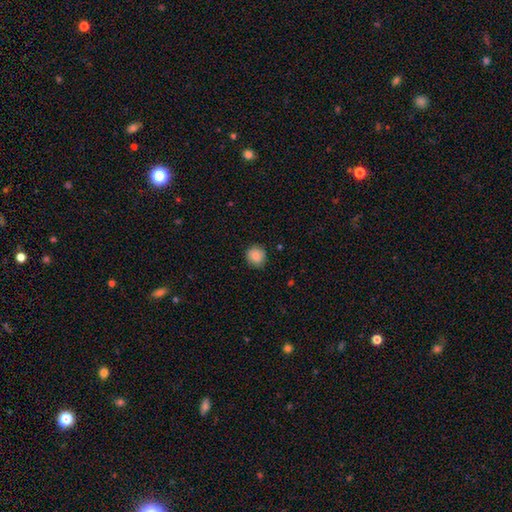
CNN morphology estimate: A smooth galaxy with no disk features (85%) that is round (87%). Merging: none (85%).